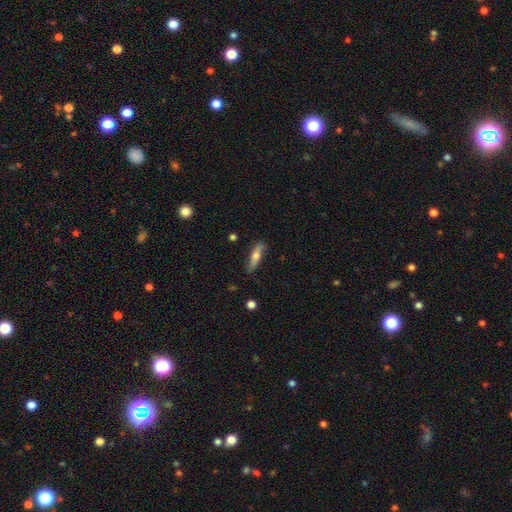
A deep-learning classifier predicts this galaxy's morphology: smooth 50%, featured or disk 44%, star or artifact 6%. Down the decision tree: how rounded — cigar-shaped (72%); merging — none (79%).